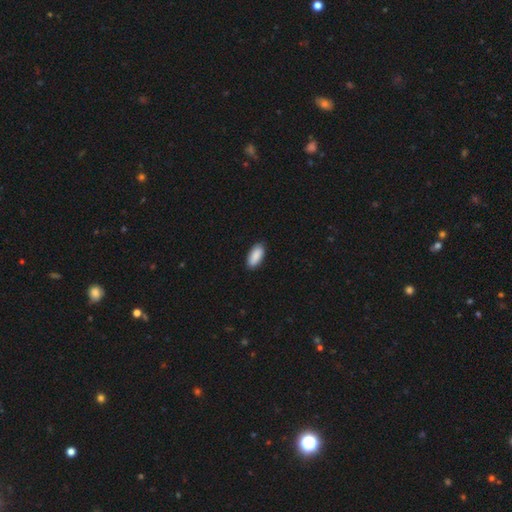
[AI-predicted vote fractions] smooth_or_featured: smooth (p=0.89) [alt: star or artifact p=0.06]
how_rounded: in between (p=0.91) [alt: cigar-shaped p=0.07]
merging: none (p=0.85) [alt: minor disturbance p=0.12]